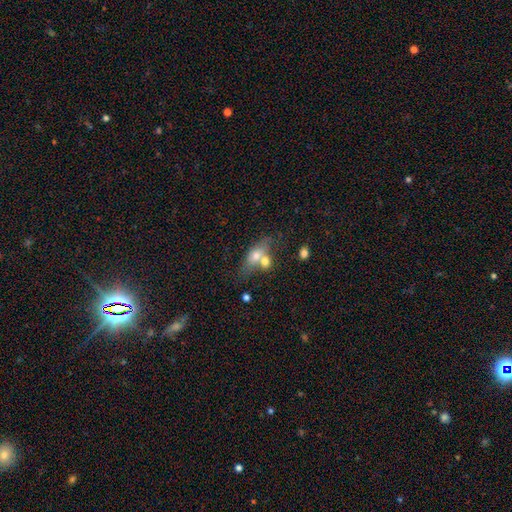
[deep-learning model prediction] Smooth or featured: smooth — 65% (featured or disk — 27%)
How rounded: in between — 69% (round — 16%)
Merging: merger — 51% (none — 31%)